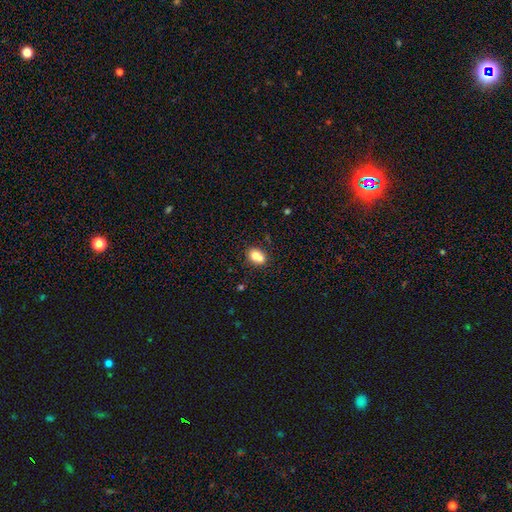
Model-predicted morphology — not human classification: Smooth or featured? smooth (76%)
How rounded? in between (66%)
Merging? none (47%)